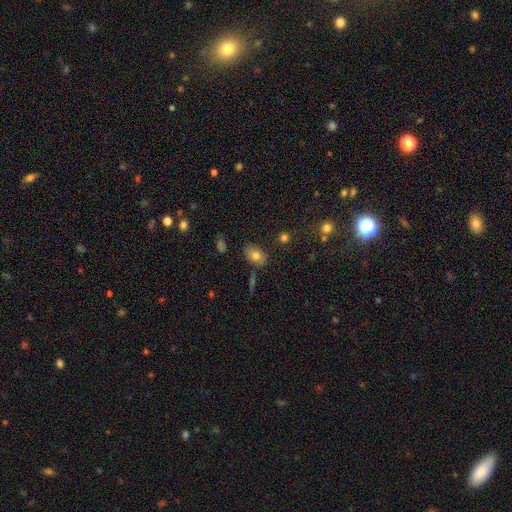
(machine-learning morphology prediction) A smooth galaxy with no disk features (76%) that is in between round and cigar-shaped (78%). Merging: none (76%).